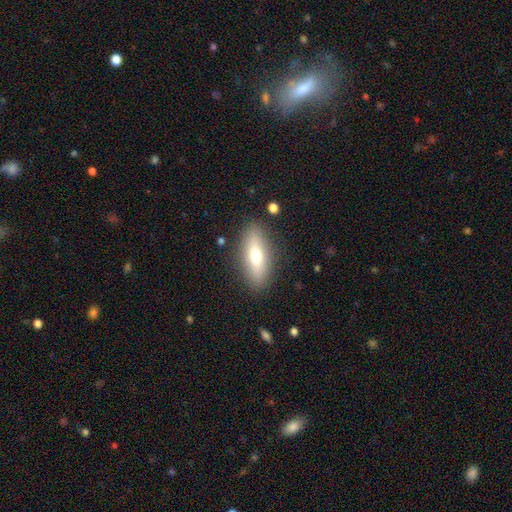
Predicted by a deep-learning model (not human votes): A smooth galaxy with no disk features (63%) that is in between round and cigar-shaped (62%). Merging: none (87%).